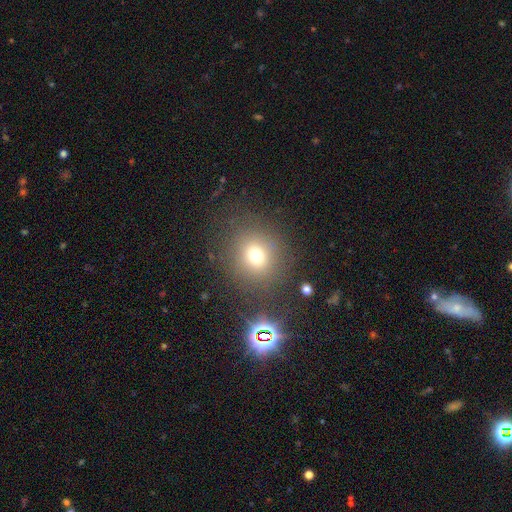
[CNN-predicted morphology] A smooth galaxy with no disk features (70%) that is round (87%). Merging: none (81%).